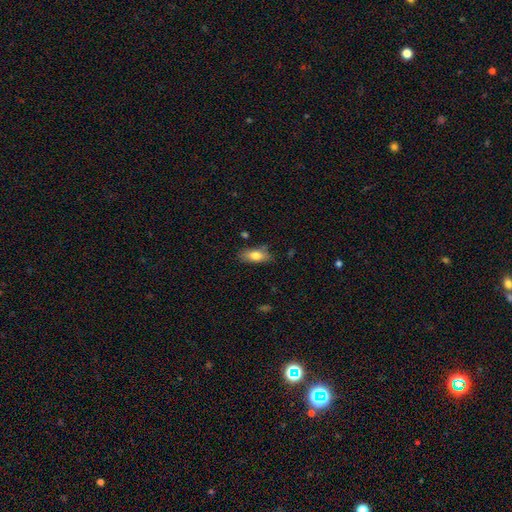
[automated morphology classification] This appears to be a smooth galaxy with no disk features (78%) that is in between round and cigar-shaped (83%). Merging: none (76%).